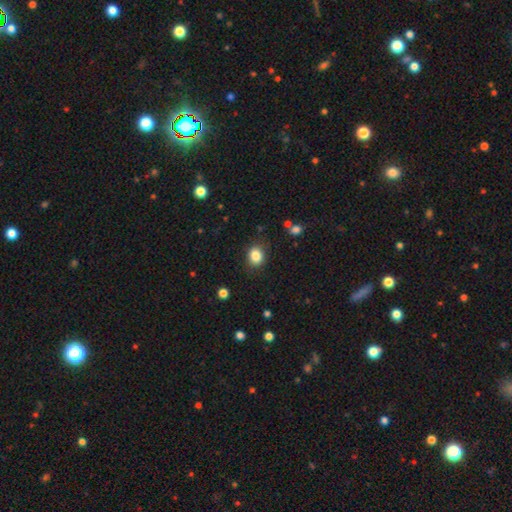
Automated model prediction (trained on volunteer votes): A smooth galaxy with no disk features (85%) that is round (55%). Merging: none (85%).